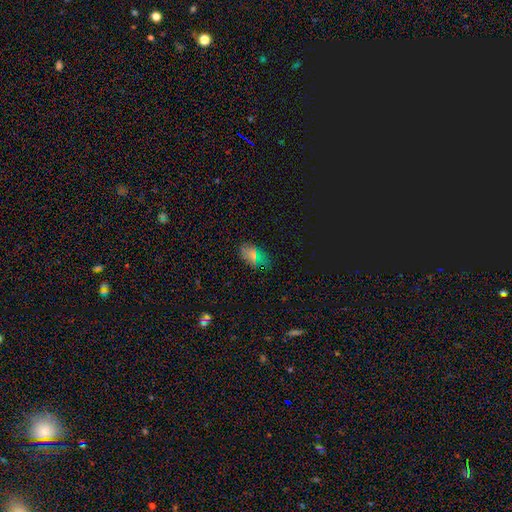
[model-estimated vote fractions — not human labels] A smooth galaxy with no disk features (63%) that is in between round and cigar-shaped (91%).

Vote fractions:
- Smooth or featured? smooth: 63% / star or artifact: 28% / featured or disk: 10%
- How rounded? in between: 91% / round: 6% / cigar-shaped: 3%
- Merging? none: 82% / minor disturbance: 13% / major disturbance: 3% / merger: 2%